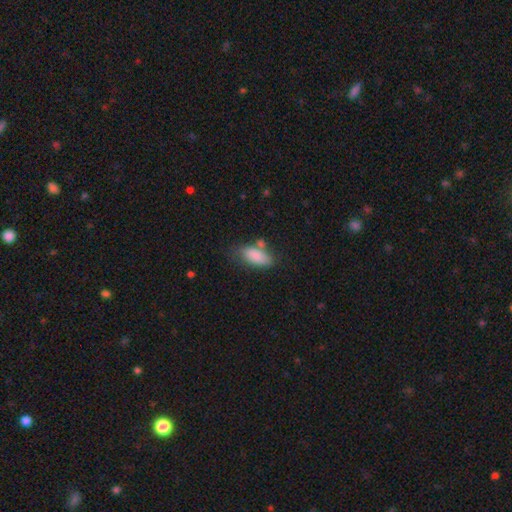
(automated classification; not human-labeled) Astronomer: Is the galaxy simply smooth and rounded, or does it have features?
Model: smooth — 84%.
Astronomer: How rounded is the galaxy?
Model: in between — 86%.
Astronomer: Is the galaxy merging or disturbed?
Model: none — 56%.